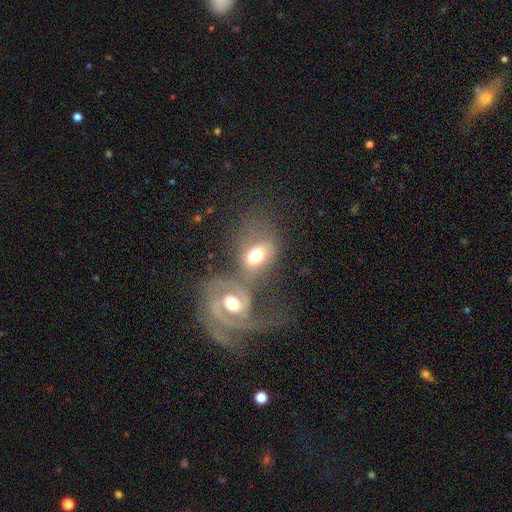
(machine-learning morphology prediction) This appears to be a smooth galaxy with no disk features (48%). Merging: merger (65%).